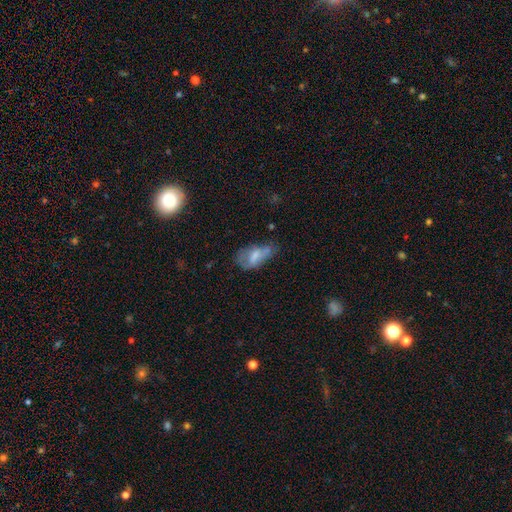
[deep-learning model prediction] smooth 58%, featured or disk 33%, star or artifact 9%. Down the decision tree: how rounded — in between (88%); merging — none (34%).